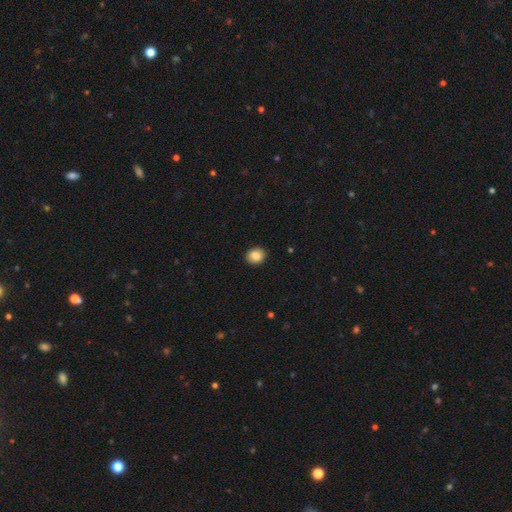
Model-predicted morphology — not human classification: smooth 87%, star or artifact 8%, featured or disk 4%. Down the decision tree: how rounded — round (63%); merging — none (90%).